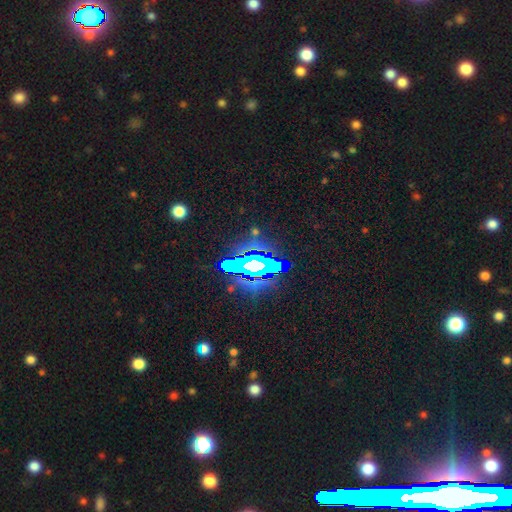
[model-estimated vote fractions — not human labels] Morphology: type=star or artifact (73%).